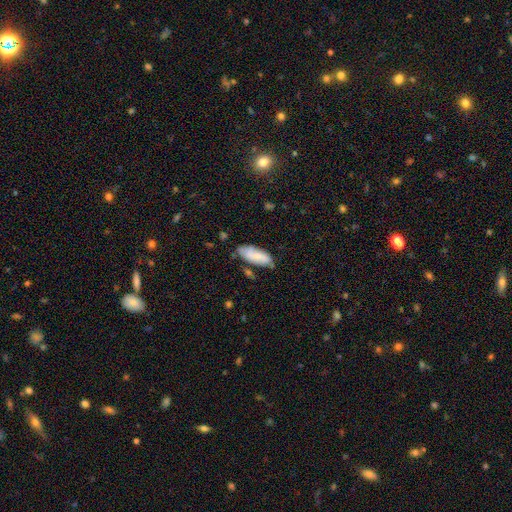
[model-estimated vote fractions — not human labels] smooth_or_featured: smooth (p=0.72) [alt: featured or disk p=0.21]
how_rounded: in between (p=0.77) [alt: cigar-shaped p=0.21]
merging: none (p=0.66) [alt: minor disturbance p=0.24]